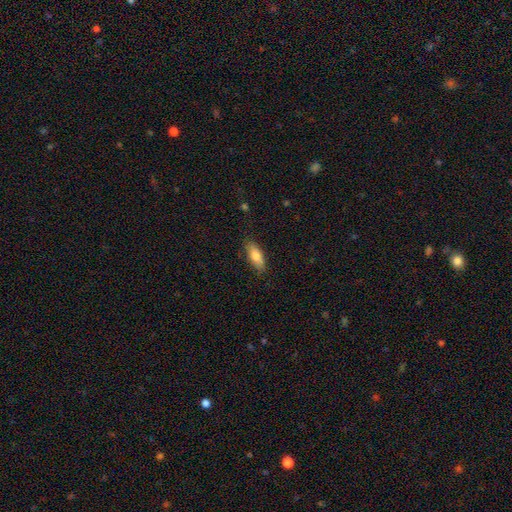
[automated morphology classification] smooth-or-featured: smooth: 78% | featured or disk: 15% | star or artifact: 6%
  how-rounded: in between: 69% | cigar-shaped: 29% | round: 2%
  merging: none: 83% | minor disturbance: 13% | major disturbance: 3% | merger: 1%